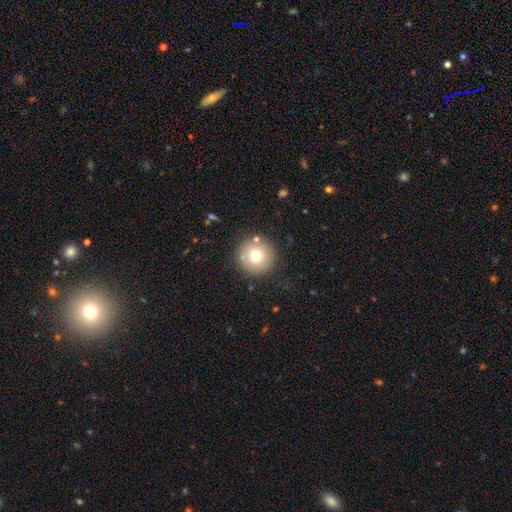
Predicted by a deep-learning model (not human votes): Smooth or featured? smooth (71%)
How rounded? round (96%)
Merging? none (85%)